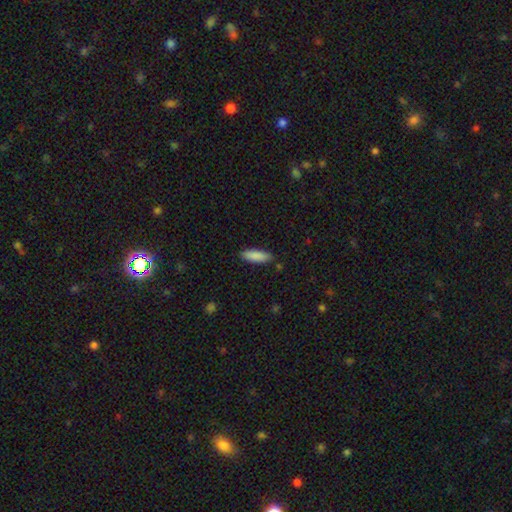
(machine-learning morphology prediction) smooth 88%, star or artifact 6%, featured or disk 6%. Down the decision tree: how rounded — in between (54%); merging — none (86%).